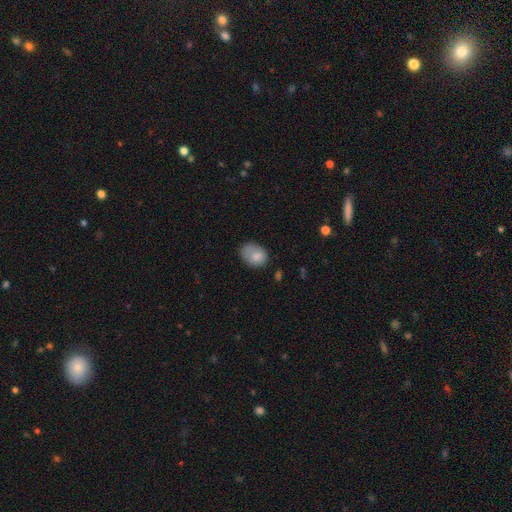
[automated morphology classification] A smooth galaxy with no disk features (80%) that is in between round and cigar-shaped (68%).

Vote fractions:
- Smooth or featured? smooth: 80% / featured or disk: 12% / star or artifact: 8%
- How rounded? in between: 68% / round: 31% / cigar-shaped: 1%
- Merging? none: 50% / minor disturbance: 31% / major disturbance: 16% / merger: 3%